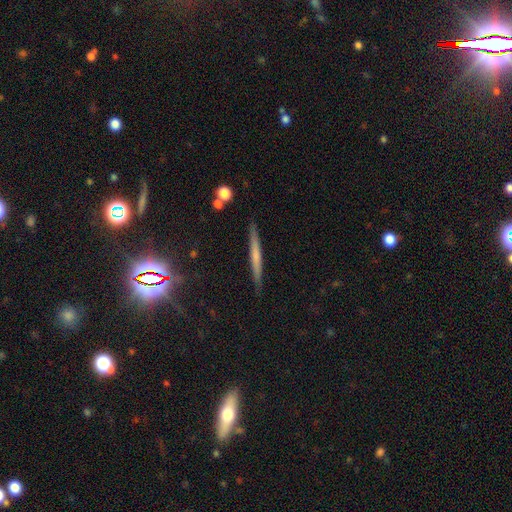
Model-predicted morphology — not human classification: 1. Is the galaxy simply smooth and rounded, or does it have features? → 46% smooth, 44% featured or disk, 10% star or artifact.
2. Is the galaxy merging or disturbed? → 89% none, 8% minor disturbance, 2% major disturbance, 1% merger.